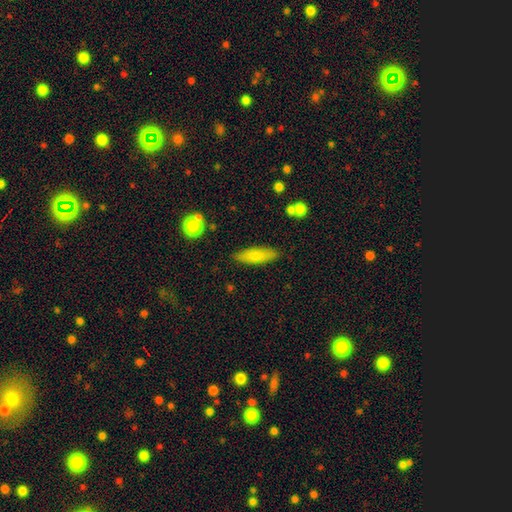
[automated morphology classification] The model was most divided on "how rounded": cigar-shaped: 53%, in between: 45%, round: 2%. More confident: merging — none (86%); smooth or featured — smooth (76%).